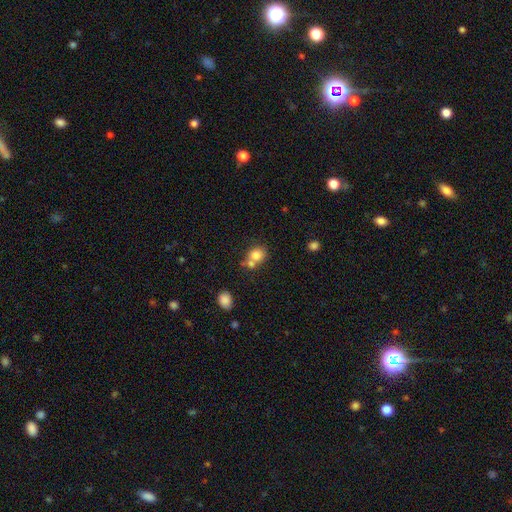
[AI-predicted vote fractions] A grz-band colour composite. It shows a smooth galaxy with no disk features (78%) that is round (74%). Merging: none (44%).